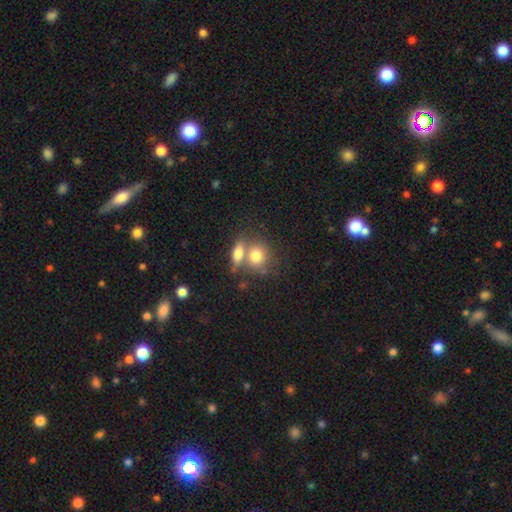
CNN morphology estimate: Smooth or featured?
  - smooth: 76% *
  - featured or disk: 15%
  - star or artifact: 9%
How rounded?
  - round: 60% *
  - in between: 37%
  - cigar-shaped: 3%
Merging?
  - merger: 50% *
  - none: 37%
  - minor disturbance: 9%
  - major disturbance: 4%